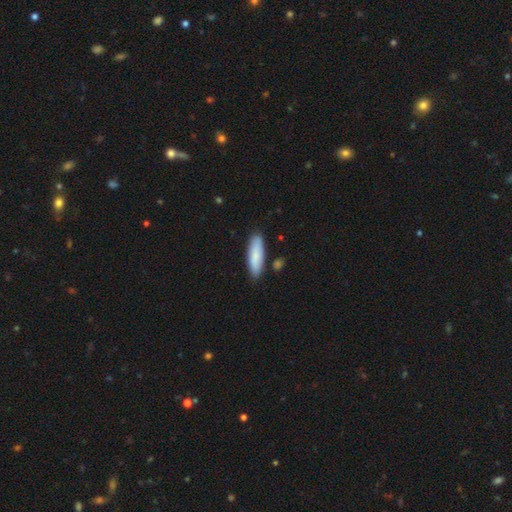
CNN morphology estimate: smooth 84%, featured or disk 11%, star or artifact 6%. Down the decision tree: how rounded — cigar-shaped (55%); merging — none (84%).